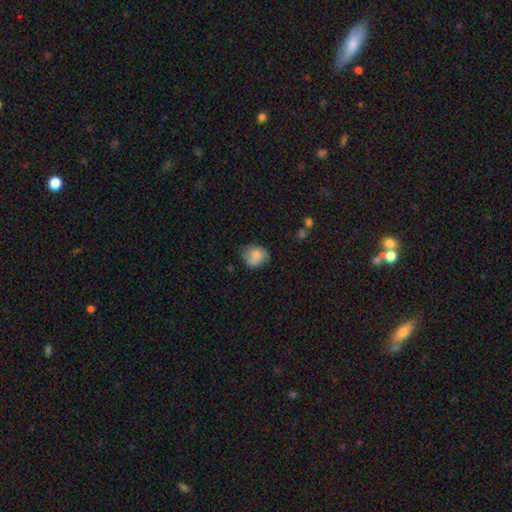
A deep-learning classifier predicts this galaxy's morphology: Smooth or featured?
  - smooth: 76% *
  - featured or disk: 15%
  - star or artifact: 8%
How rounded?
  - round: 63% *
  - in between: 36%
  - cigar-shaped: 1%
Merging?
  - none: 57% *
  - minor disturbance: 30%
  - major disturbance: 9%
  - merger: 4%